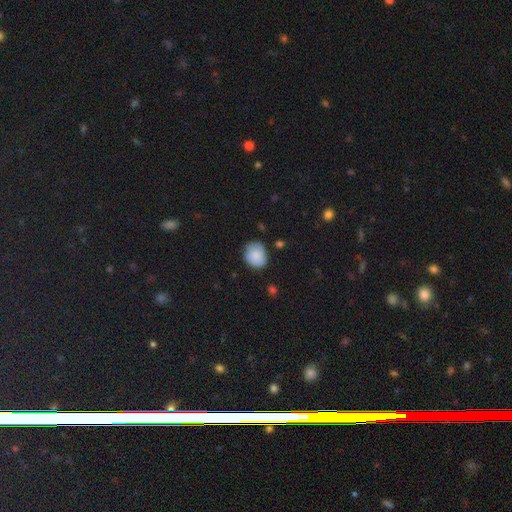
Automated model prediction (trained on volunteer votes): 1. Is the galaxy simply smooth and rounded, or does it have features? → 83% smooth, 10% featured or disk, 7% star or artifact.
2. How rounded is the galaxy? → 68% round, 31% in between, 1% cigar-shaped.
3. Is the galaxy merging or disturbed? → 70% none, 23% minor disturbance, 5% major disturbance, 2% merger.